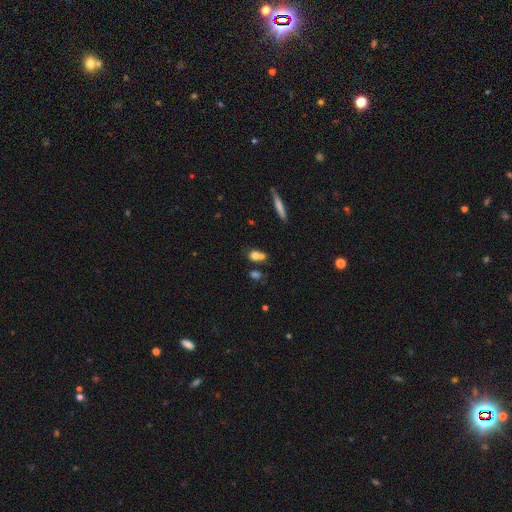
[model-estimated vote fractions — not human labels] smooth 72%, featured or disk 15%, star or artifact 13%. Down the decision tree: how rounded — round (51%); merging — merger (43%).